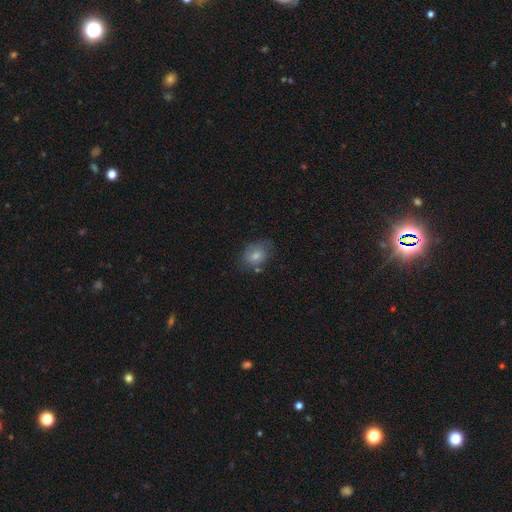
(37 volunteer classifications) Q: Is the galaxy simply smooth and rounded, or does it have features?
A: smooth — 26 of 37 (70%).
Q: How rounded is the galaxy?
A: in between — 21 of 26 (81%).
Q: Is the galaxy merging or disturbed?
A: none — 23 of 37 (62%).